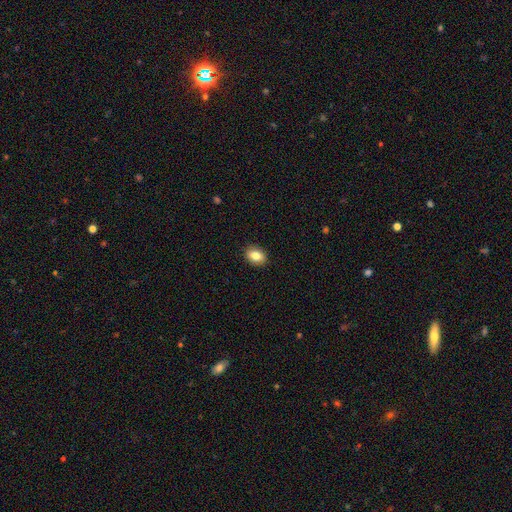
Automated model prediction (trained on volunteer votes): smooth 84%, star or artifact 8%, featured or disk 8%. Down the decision tree: how rounded — in between (74%); merging — none (90%).